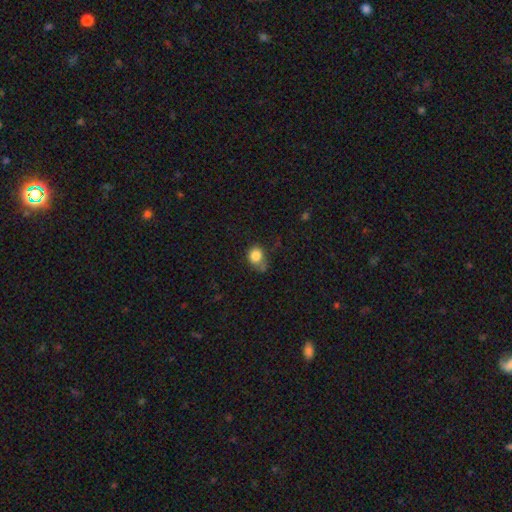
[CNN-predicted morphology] Smooth or featured: smooth — 83% (star or artifact — 10%)
How rounded: round — 68% (in between — 31%)
Merging: none — 48% (minor disturbance — 33%)